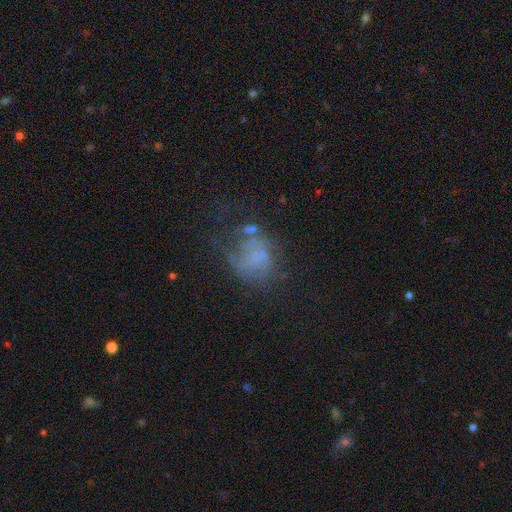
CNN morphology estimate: featured or disk 40%, smooth 39%, star or artifact 22%. Down the decision tree: merging — none (37%).